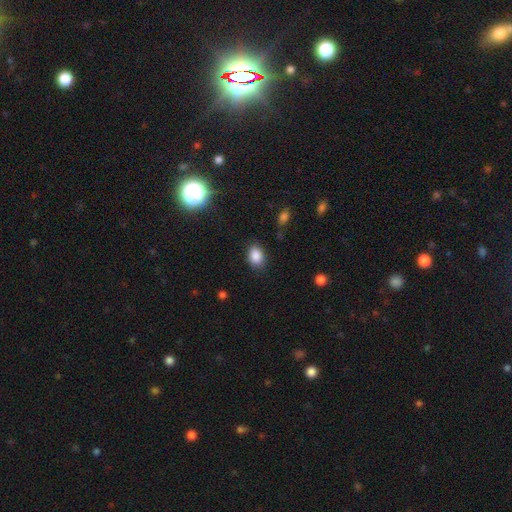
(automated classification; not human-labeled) smooth_or_featured: smooth (p=0.87) [alt: star or artifact p=0.09]
how_rounded: in between (p=0.72) [alt: round p=0.27]
merging: none (p=0.84) [alt: minor disturbance p=0.12]